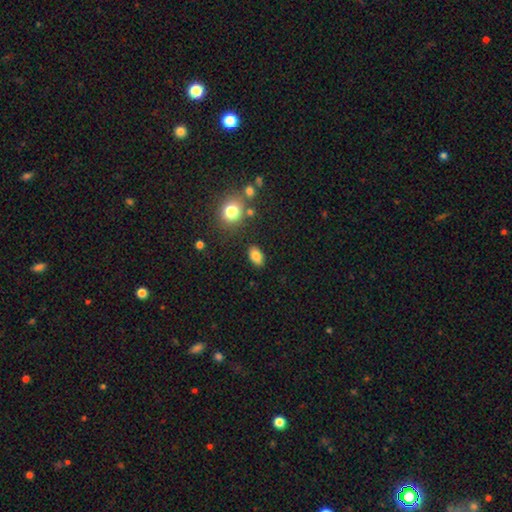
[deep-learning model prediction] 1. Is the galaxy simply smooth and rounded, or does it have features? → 84% smooth, 10% star or artifact, 6% featured or disk.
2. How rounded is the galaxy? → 88% in between, 10% round, 2% cigar-shaped.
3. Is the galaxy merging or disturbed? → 85% none, 9% minor disturbance, 3% major disturbance, 3% merger.